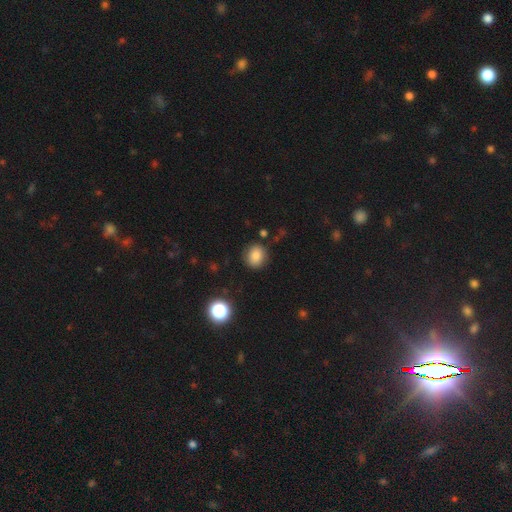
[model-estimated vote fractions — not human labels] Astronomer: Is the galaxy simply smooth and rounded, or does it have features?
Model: smooth — 83%.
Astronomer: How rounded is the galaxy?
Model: round — 72%.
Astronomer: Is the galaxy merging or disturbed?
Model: none — 84%.